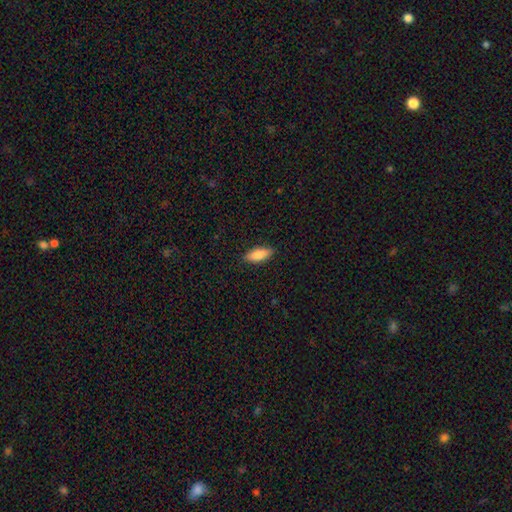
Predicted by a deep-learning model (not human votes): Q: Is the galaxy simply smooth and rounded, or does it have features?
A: smooth — 85%.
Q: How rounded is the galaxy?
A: in between — 71%.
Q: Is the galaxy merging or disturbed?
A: none — 88%.